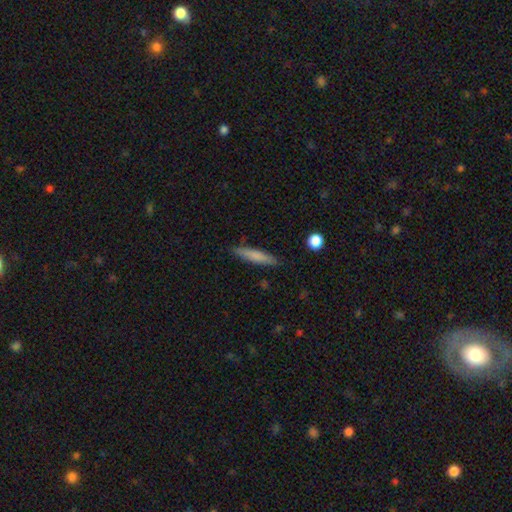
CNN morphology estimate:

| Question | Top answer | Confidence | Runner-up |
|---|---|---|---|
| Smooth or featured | smooth | 73% | featured or disk (21%) |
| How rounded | cigar-shaped | 89% | in between (9%) |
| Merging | none | 87% | minor disturbance (10%) |